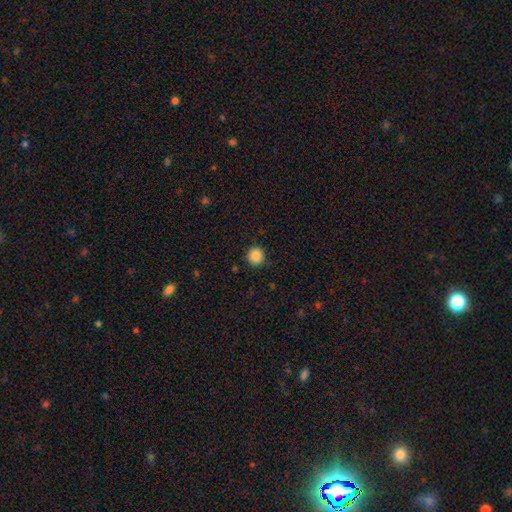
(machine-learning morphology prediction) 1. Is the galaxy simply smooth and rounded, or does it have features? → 87% smooth, 10% star or artifact, 3% featured or disk.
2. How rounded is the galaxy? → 92% round, 7% in between, 1% cigar-shaped.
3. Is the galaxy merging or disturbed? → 89% none, 8% minor disturbance, 2% major disturbance, 1% merger.